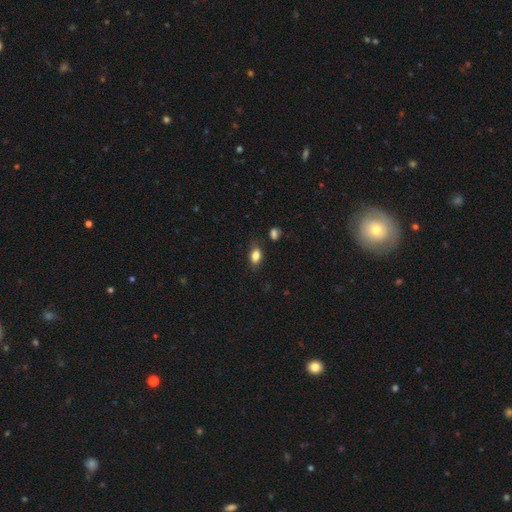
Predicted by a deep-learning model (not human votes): Smooth or featured?
  - smooth: 82% *
  - star or artifact: 9%
  - featured or disk: 9%
How rounded?
  - in between: 84% *
  - round: 12%
  - cigar-shaped: 4%
Merging?
  - none: 75% *
  - minor disturbance: 18%
  - major disturbance: 4%
  - merger: 3%